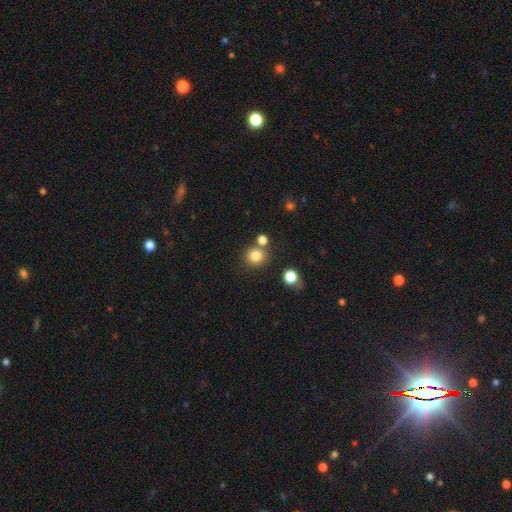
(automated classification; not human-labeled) Morphology: type=smooth (81%); roundness=round (88%); merging=none (74%).